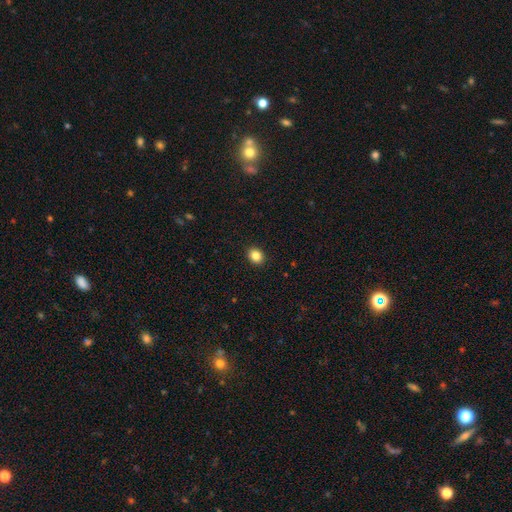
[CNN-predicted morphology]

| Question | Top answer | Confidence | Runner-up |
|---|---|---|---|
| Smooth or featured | smooth | 85% | star or artifact (10%) |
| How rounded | round | 65% | in between (35%) |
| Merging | none | 92% | minor disturbance (5%) |